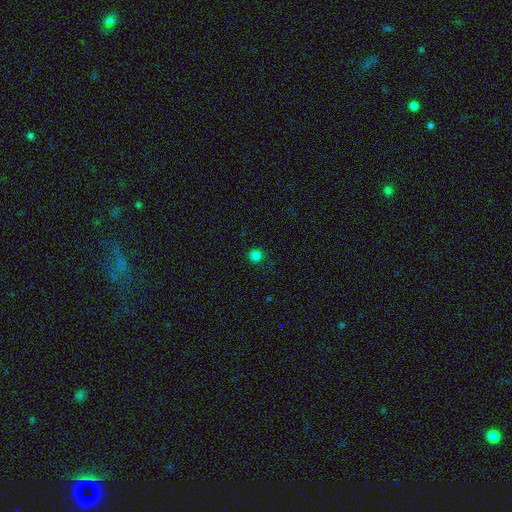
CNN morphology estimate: Smooth or featured: smooth — 81% (star or artifact — 16%)
How rounded: round — 94% (in between — 5%)
Merging: none — 90% (minor disturbance — 6%)